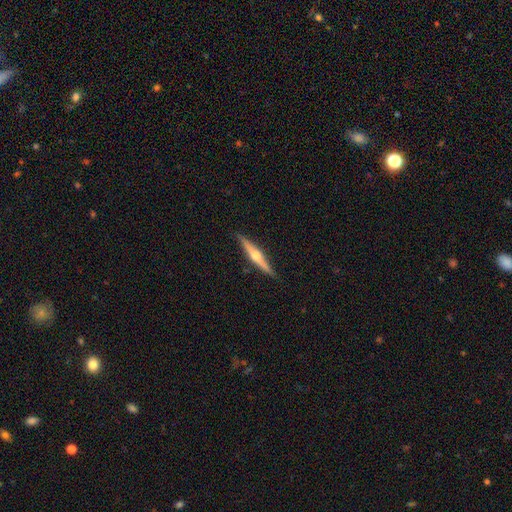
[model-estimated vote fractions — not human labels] Overall: featured or disk (73%). Edge-on disk: yes (98%). Edge-on bulge: rounded (93%). Merging: none (89%).